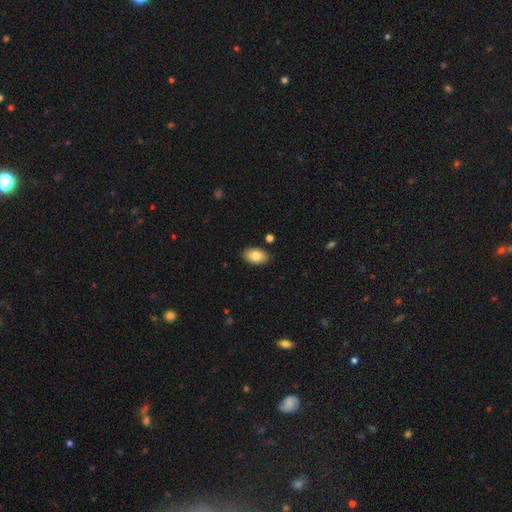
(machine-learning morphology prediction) Smooth or featured: smooth — 83% (featured or disk — 11%)
How rounded: in between — 93% (round — 6%)
Merging: none — 88% (minor disturbance — 9%)